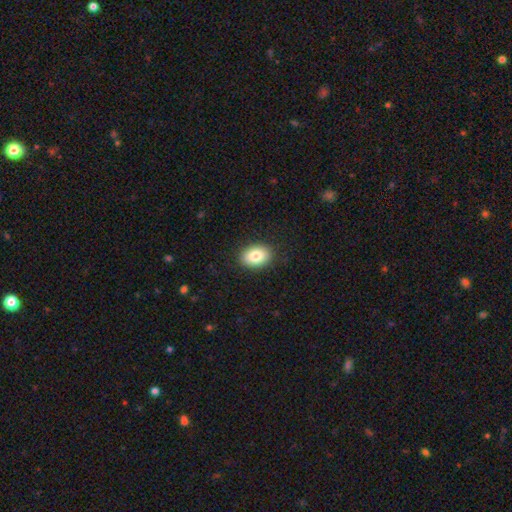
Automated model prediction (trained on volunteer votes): Smooth or featured?
  - smooth: 84% *
  - featured or disk: 8%
  - star or artifact: 8%
How rounded?
  - in between: 80% *
  - round: 19%
  - cigar-shaped: 1%
Merging?
  - none: 88% *
  - minor disturbance: 9%
  - major disturbance: 2%
  - merger: 1%